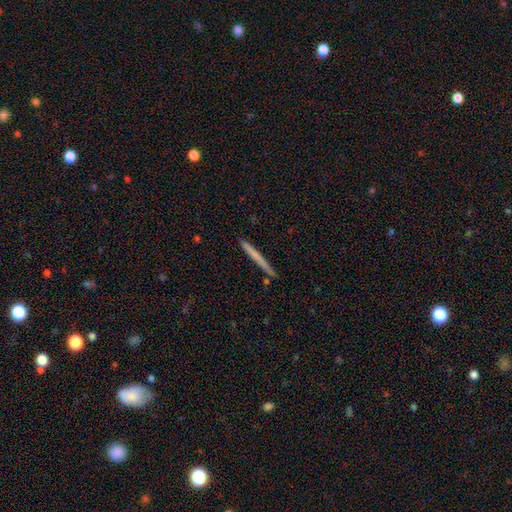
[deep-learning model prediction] Smooth or featured? Predicted: smooth (p=0.61). How rounded? Predicted: cigar-shaped (p=0.97). Merging? Predicted: none (p=0.89).